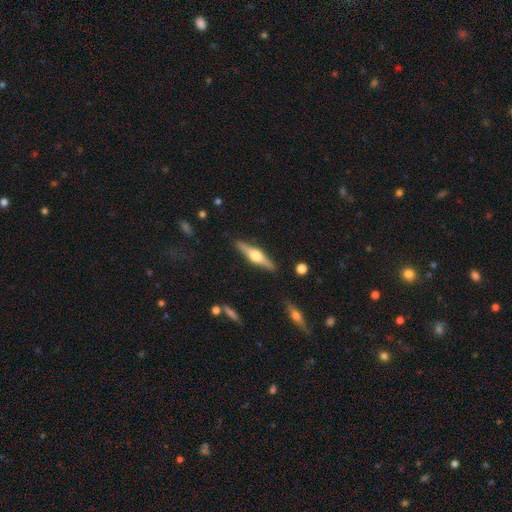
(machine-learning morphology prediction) Smooth or featured: featured or disk — 74% (smooth — 21%)
Edge-on disk: yes — 97% (no — 3%)
Edge-on bulge: rounded — 94% (boxy — 5%)
Merging: none — 89% (minor disturbance — 8%)